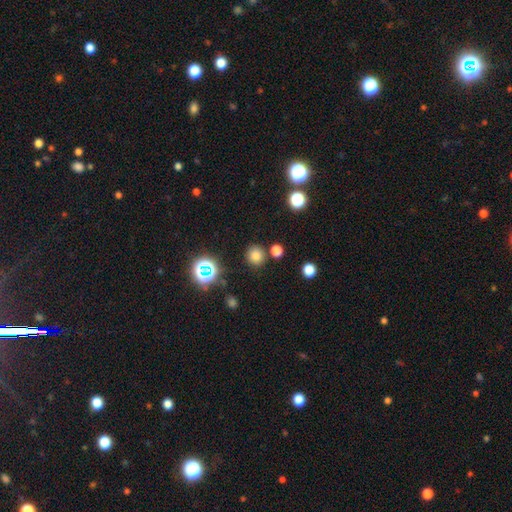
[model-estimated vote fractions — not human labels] A smooth galaxy with no disk features (75%) that is round (87%).

Vote fractions:
- Smooth or featured? smooth: 75% / star or artifact: 19% / featured or disk: 6%
- How rounded? round: 87% / in between: 12% / cigar-shaped: 1%
- Merging? none: 82% / minor disturbance: 8% / merger: 6% / major disturbance: 3%